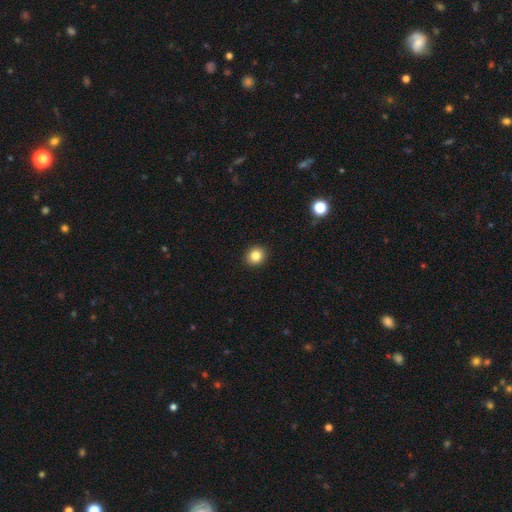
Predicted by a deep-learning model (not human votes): The model was most divided on "how rounded": round: 81%, in between: 18%, cigar-shaped: 1%. More confident: merging — none (92%); smooth or featured — smooth (84%).